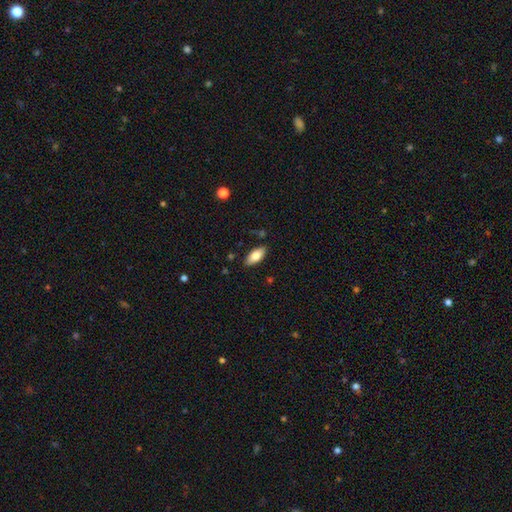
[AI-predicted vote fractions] Overall: smooth (79%). How rounded: in between (88%). Merging: none (84%).